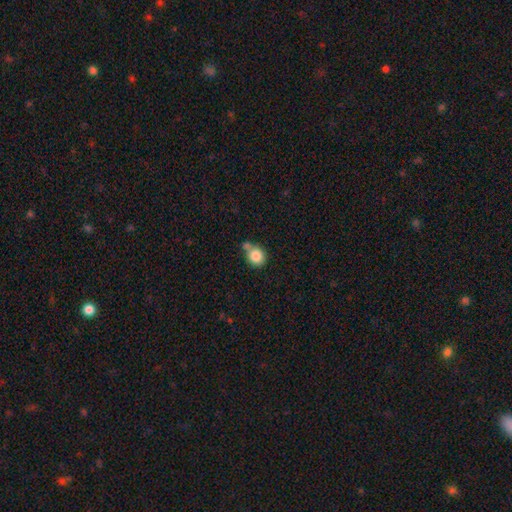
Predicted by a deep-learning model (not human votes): smooth 84%, star or artifact 9%, featured or disk 7%. Down the decision tree: how rounded — round (83%); merging — none (51%).